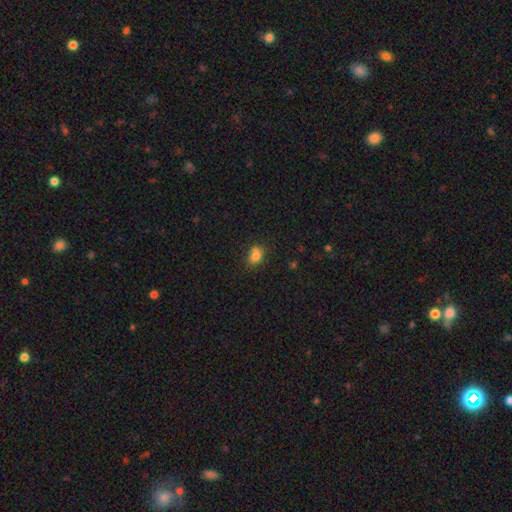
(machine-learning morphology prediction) Overall: smooth (79%). How rounded: in between (68%; round 30%). Merging: none (54%; merger 21%).